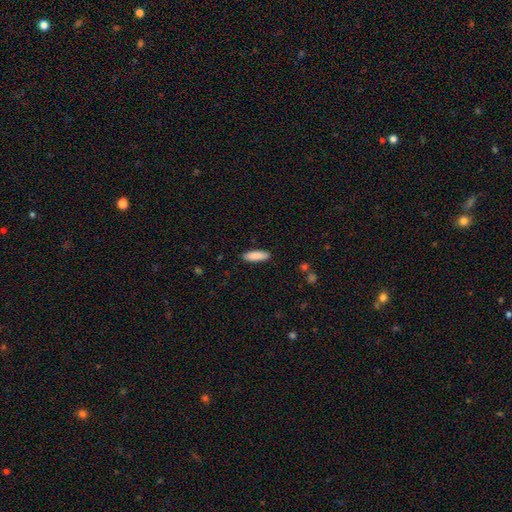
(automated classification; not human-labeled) Morphology: type=smooth (89%); roundness=in between (56%); merging=none (88%).